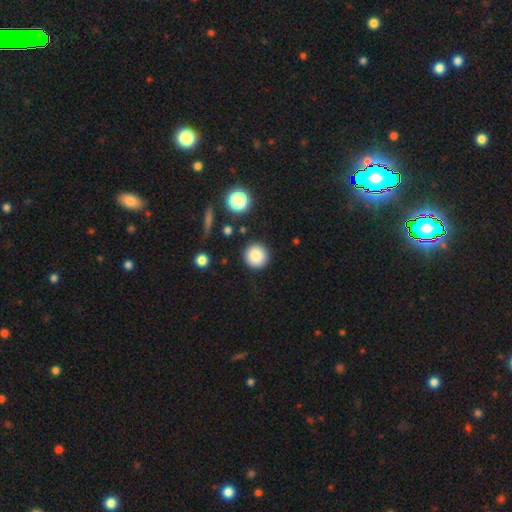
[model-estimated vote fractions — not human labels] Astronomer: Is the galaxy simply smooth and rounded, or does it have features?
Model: smooth — 85%.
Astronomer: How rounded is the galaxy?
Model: round — 94%.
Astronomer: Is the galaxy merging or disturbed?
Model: none — 90%.